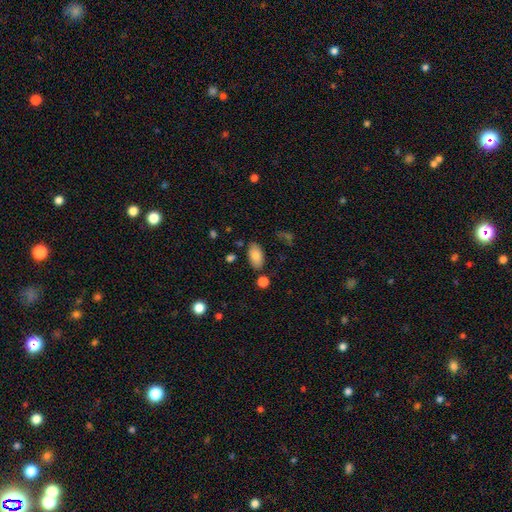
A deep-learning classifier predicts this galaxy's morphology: A smooth galaxy with no disk features (84%) that is in between round and cigar-shaped (94%).

Vote fractions:
- Smooth or featured? smooth: 84% / featured or disk: 8% / star or artifact: 8%
- How rounded? in between: 94% / round: 4% / cigar-shaped: 2%
- Merging? none: 82% / minor disturbance: 11% / merger: 4% / major disturbance: 3%